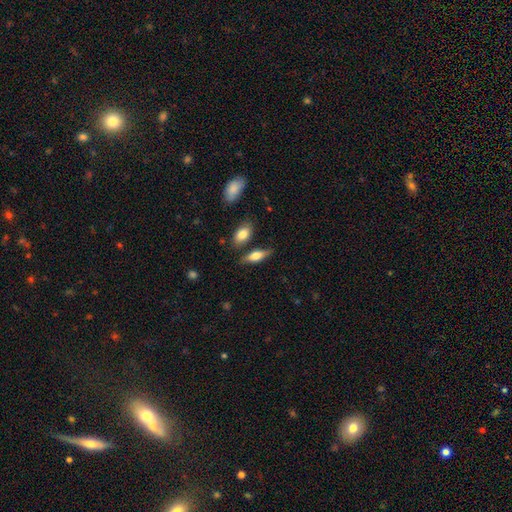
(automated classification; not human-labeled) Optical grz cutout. It shows a smooth galaxy with no disk features (64%) that is in between round and cigar-shaped (65%). Merging: none (74%).